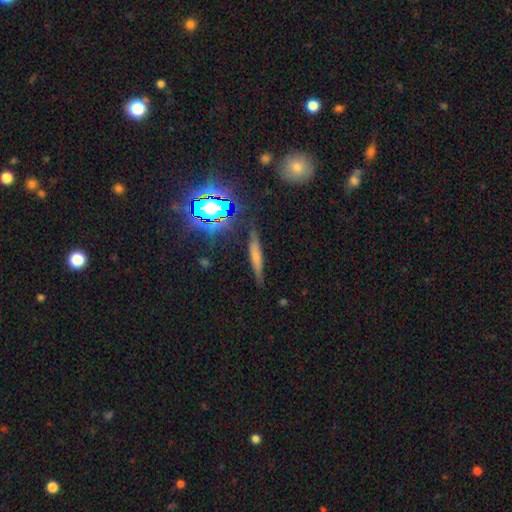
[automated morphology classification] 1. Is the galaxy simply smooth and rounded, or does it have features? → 55% smooth, 29% featured or disk, 16% star or artifact.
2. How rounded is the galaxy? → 88% cigar-shaped, 9% in between, 3% round.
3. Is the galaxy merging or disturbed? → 78% none, 15% minor disturbance, 4% major disturbance, 3% merger.